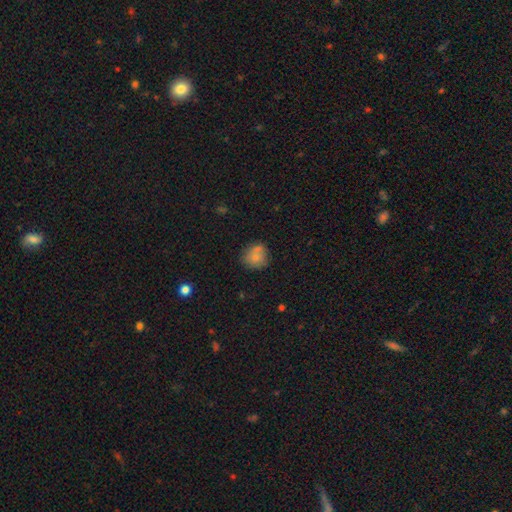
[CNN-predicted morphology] Smooth or featured: smooth — 76% (featured or disk — 14%)
How rounded: round — 81% (in between — 18%)
Merging: none — 61% (minor disturbance — 19%)